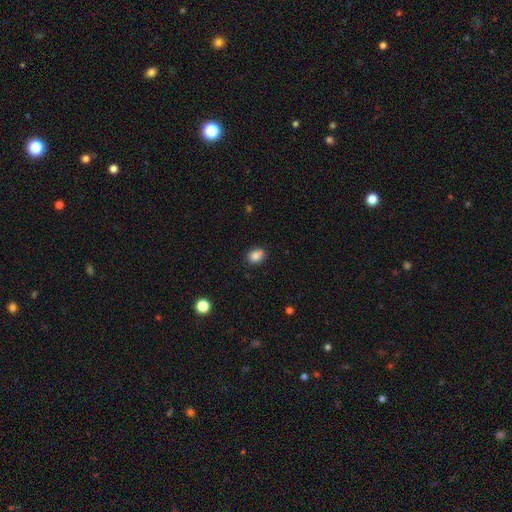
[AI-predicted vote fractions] This is clearly a smooth galaxy (83%). How rounded: possibly in between (56%). Merging: likely none (70%).